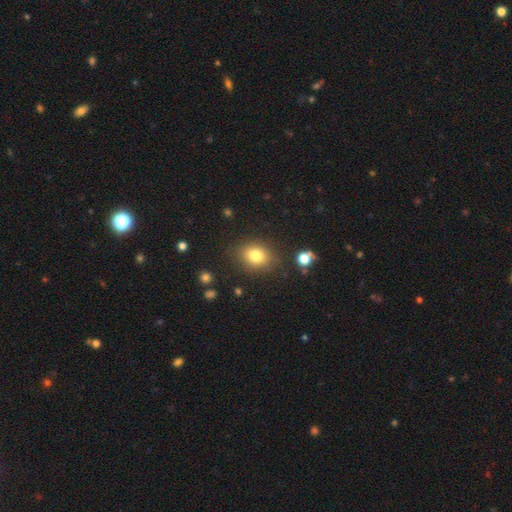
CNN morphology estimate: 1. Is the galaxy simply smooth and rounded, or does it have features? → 80% smooth, 12% star or artifact, 8% featured or disk.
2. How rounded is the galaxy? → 50% round, 49% in between, 1% cigar-shaped.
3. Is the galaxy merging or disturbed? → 83% none, 11% minor disturbance, 4% major disturbance, 2% merger.